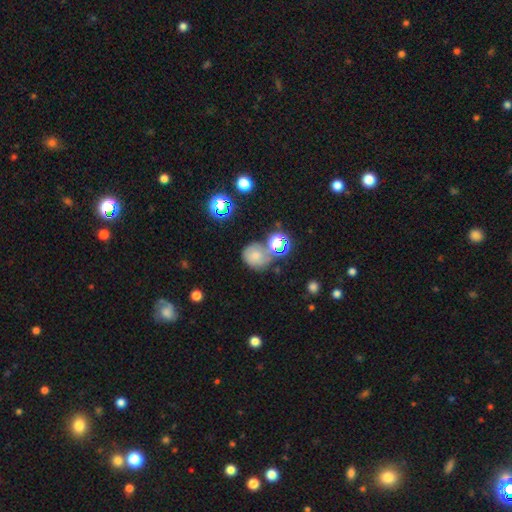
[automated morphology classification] This appears to be a smooth galaxy with no disk features (60%) that is round (78%). Merging: none (50%).